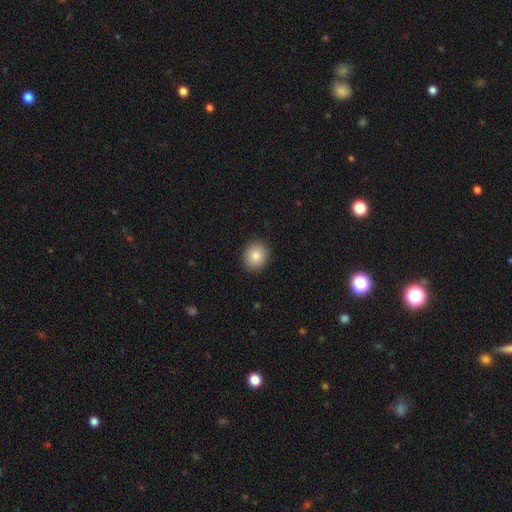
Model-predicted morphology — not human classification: smooth-or-featured: smooth: 84% | star or artifact: 9% | featured or disk: 7%
  how-rounded: round: 69% | in between: 30% | cigar-shaped: 1%
  merging: none: 91% | minor disturbance: 7% | major disturbance: 2% | merger: 1%